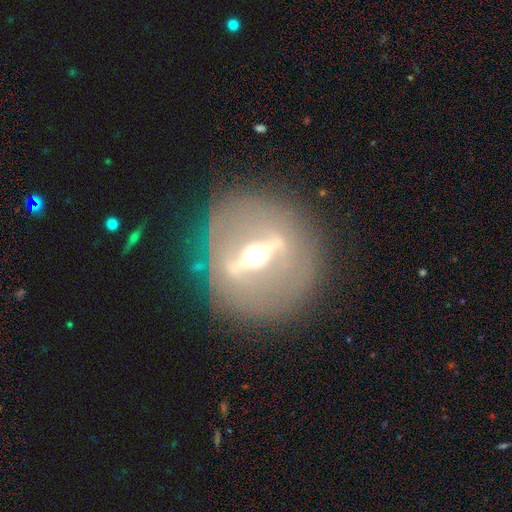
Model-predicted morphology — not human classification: A featured or disk galaxy (83%) viewed edge-on (52%).

Vote fractions:
- Smooth or featured? featured or disk: 83% / smooth: 10% / star or artifact: 8%
- Edge-on disk? yes: 52% / no: 48%
- Merging? none: 84% / minor disturbance: 9% / major disturbance: 5% / merger: 2%